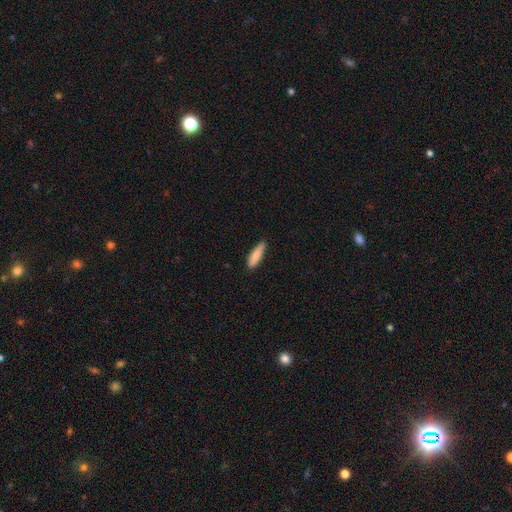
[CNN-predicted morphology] Smooth or featured: smooth — 84% (featured or disk — 10%)
How rounded: cigar-shaped — 70% (in between — 29%)
Merging: none — 81% (minor disturbance — 15%)